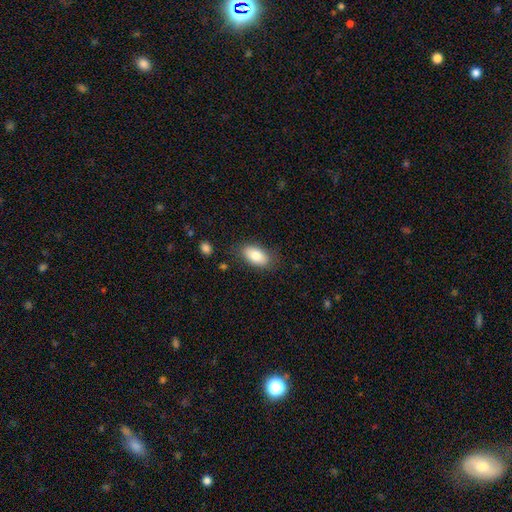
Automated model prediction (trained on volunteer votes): Overall: smooth (81%). How rounded: in between (92%). Merging: none (80%).